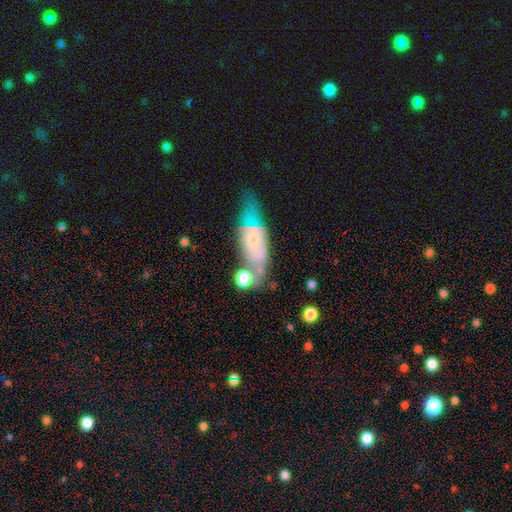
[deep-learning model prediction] This is possibly a featured or disk galaxy (49%). Merging: marginally none (33%).